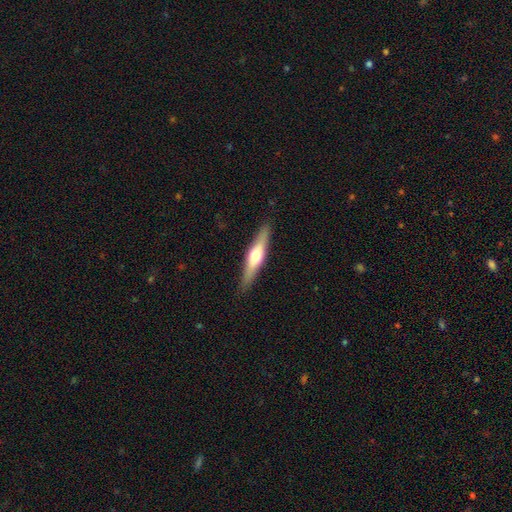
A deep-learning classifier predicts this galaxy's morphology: This is possibly a featured or disk galaxy (58%). It is clearly viewed edge-on (95%). Edge-on bulge: clearly rounded (92%). Merging: clearly none (89%).